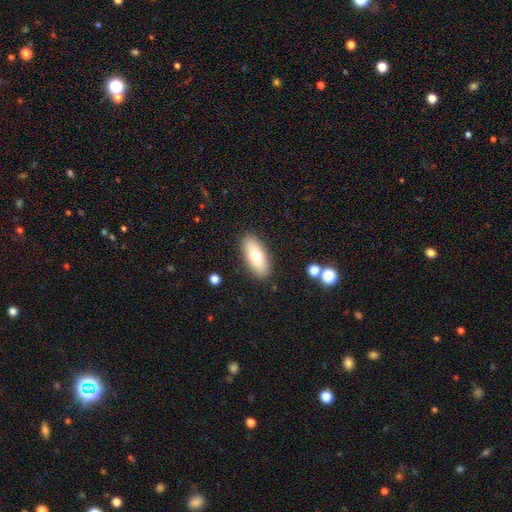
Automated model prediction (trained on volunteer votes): A smooth galaxy with no disk features (70%) that is in between round and cigar-shaped (85%). Merging: none (89%).